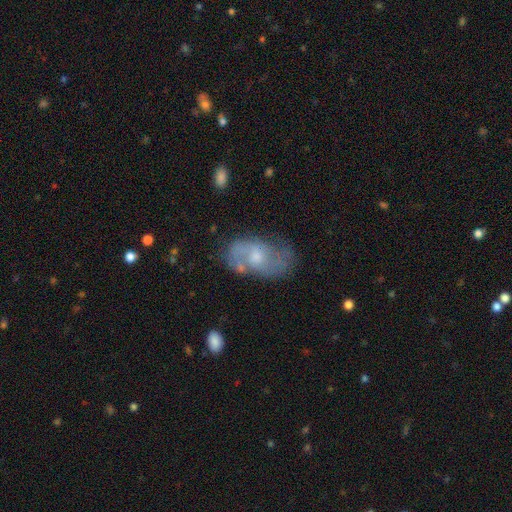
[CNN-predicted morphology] featured or disk 67%, smooth 26%, star or artifact 7%. Down the decision tree: edge-on disk — no (95%); bar — no (62%); spiral arms — yes (79%); spiral arm count — 2 (69%); spiral winding — medium (45%); bulge size — moderate (48%); merging — none (60%).